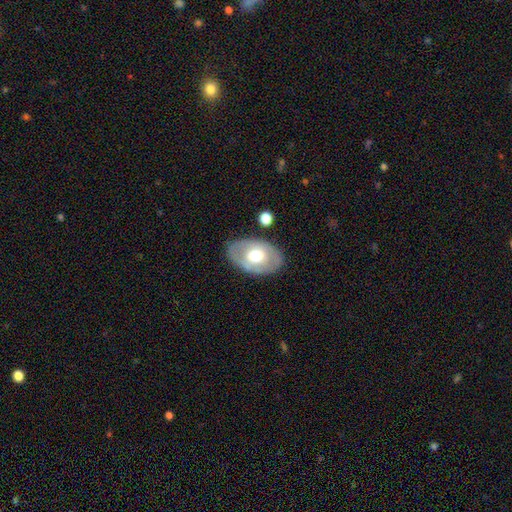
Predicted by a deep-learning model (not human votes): smooth 47% (tied), featured or disk 47% (tied), star or artifact 6%. Down the decision tree: merging — none (80%).